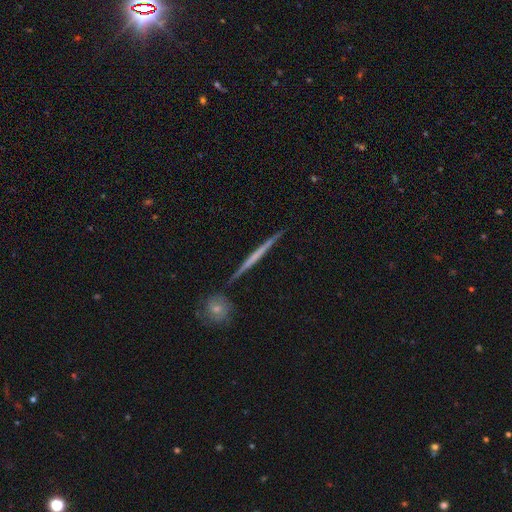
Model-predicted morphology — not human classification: smooth-or-featured: featured or disk: 64% | smooth: 31% | star or artifact: 5%
  disk-edge-on: yes: 97% | no: 3%
    edge-on-bulge: none: 87% | rounded: 8% | boxy: 4%
  merging: none: 90% | minor disturbance: 6% | merger: 3% | major disturbance: 1%